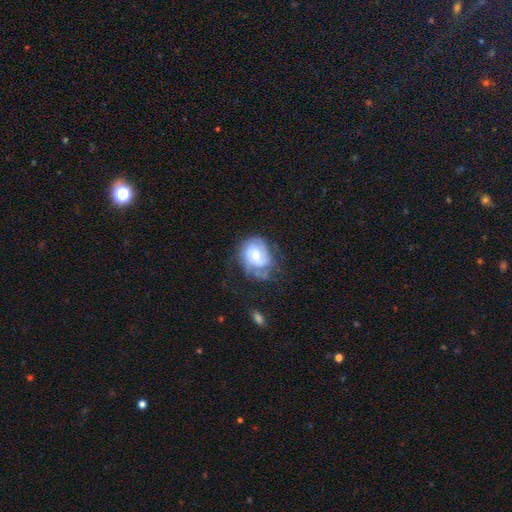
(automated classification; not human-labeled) Smooth or featured: featured or disk — 64% (smooth — 29%)
Edge-on disk: no — 97% (yes — 3%)
Bar: no — 61% (weak — 32%)
Spiral arms: yes — 85% (no — 15%)
Spiral winding: tight — 52% (medium — 35%)
Spiral arm count: 2 — 37% (can't tell — 36%)
Bulge size: small — 45% (moderate — 40%)
Merging: none — 49% (minor disturbance — 28%)